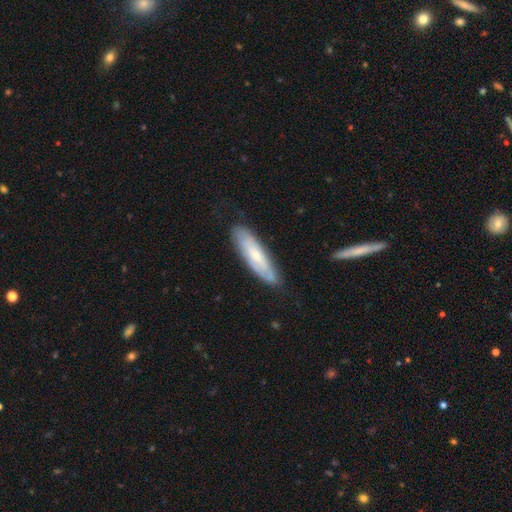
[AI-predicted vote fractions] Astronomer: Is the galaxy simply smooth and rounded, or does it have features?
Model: smooth — 48% (runner-up: featured or disk, 46%).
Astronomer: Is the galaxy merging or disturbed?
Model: none — 78%.